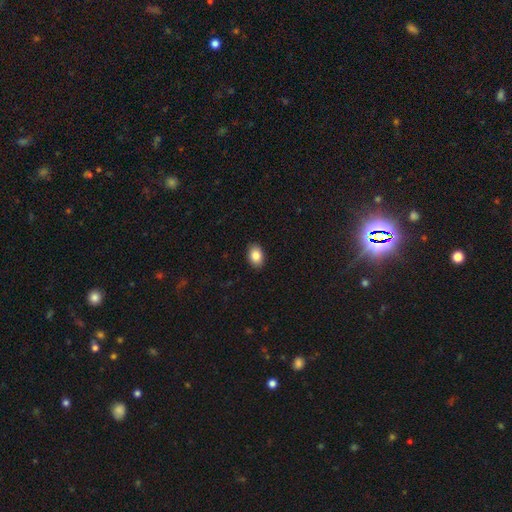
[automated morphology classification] Smooth or featured?
  - smooth: 86% *
  - star or artifact: 8%
  - featured or disk: 6%
How rounded?
  - in between: 82% *
  - round: 16%
  - cigar-shaped: 1%
Merging?
  - none: 90% *
  - minor disturbance: 7%
  - major disturbance: 2%
  - merger: 1%